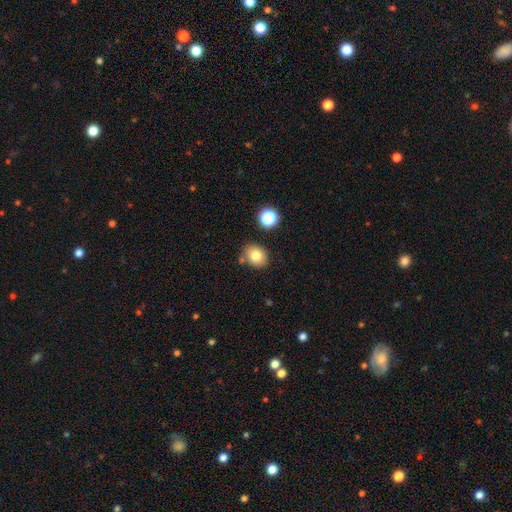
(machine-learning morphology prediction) Smooth or featured?
  - smooth: 79% *
  - star or artifact: 11%
  - featured or disk: 10%
How rounded?
  - round: 58% *
  - in between: 41%
  - cigar-shaped: 1%
Merging?
  - none: 78% *
  - minor disturbance: 12%
  - merger: 8%
  - major disturbance: 3%